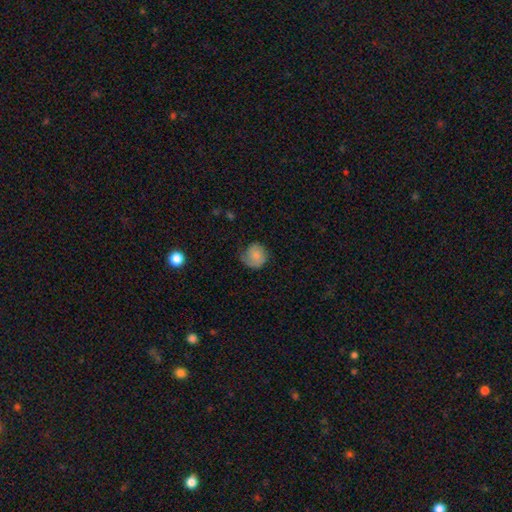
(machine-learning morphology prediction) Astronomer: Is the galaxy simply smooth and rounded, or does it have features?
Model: smooth — 62%.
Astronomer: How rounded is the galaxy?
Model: round — 84%.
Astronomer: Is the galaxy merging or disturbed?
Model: none — 56%.